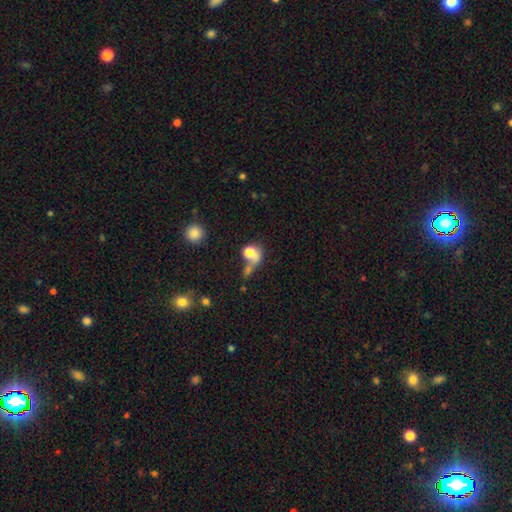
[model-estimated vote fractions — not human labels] Q: Smooth or featured?
A: smooth (64%); runner-up: featured or disk (21%)
Q: How rounded?
A: round (59%); runner-up: in between (37%)
Q: Merging?
A: merger (42%); runner-up: none (26%)